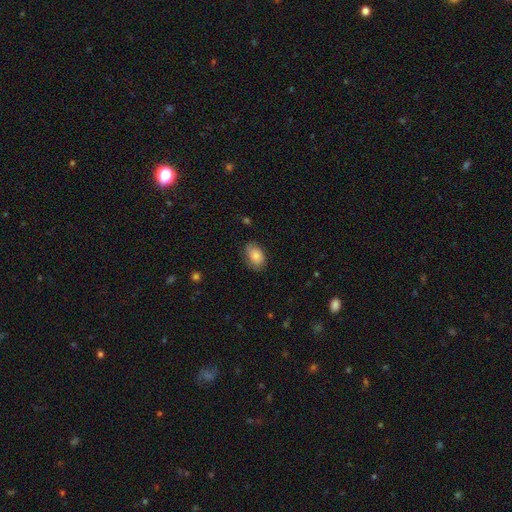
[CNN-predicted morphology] smooth-or-featured: smooth: 78% | featured or disk: 15% | star or artifact: 7%
  how-rounded: in between: 86% | round: 13% | cigar-shaped: 1%
  merging: none: 72% | minor disturbance: 21% | major disturbance: 5% | merger: 1%